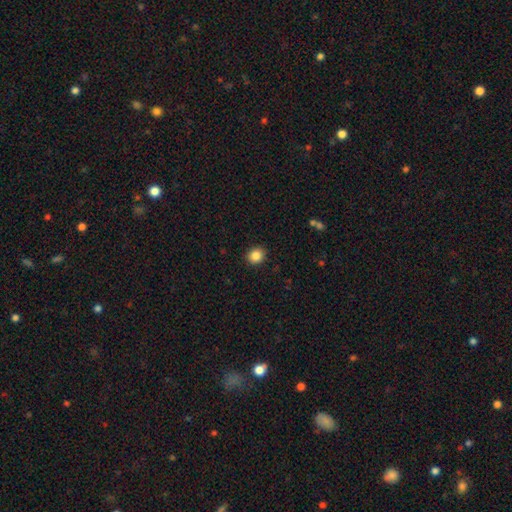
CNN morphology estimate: smooth-or-featured: smooth: 86% | star or artifact: 10% | featured or disk: 4%
  how-rounded: round: 81% | in between: 19% | cigar-shaped: 1%
  merging: none: 91% | minor disturbance: 6% | major disturbance: 2% | merger: 1%